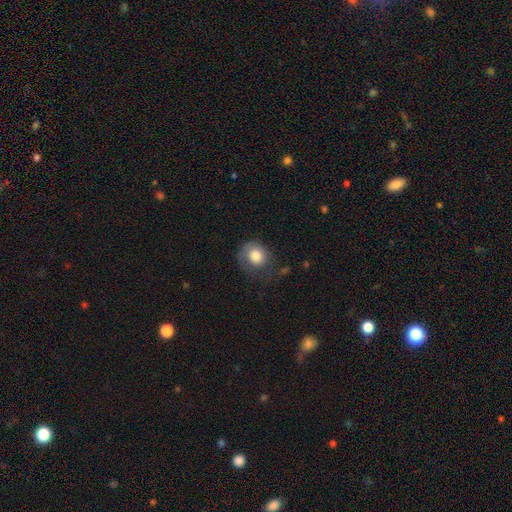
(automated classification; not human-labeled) smooth-or-featured: smooth: 77% | featured or disk: 15% | star or artifact: 8%
  how-rounded: round: 74% | in between: 26% | cigar-shaped: 1%
  merging: none: 50% | minor disturbance: 26% | major disturbance: 21% | merger: 2%